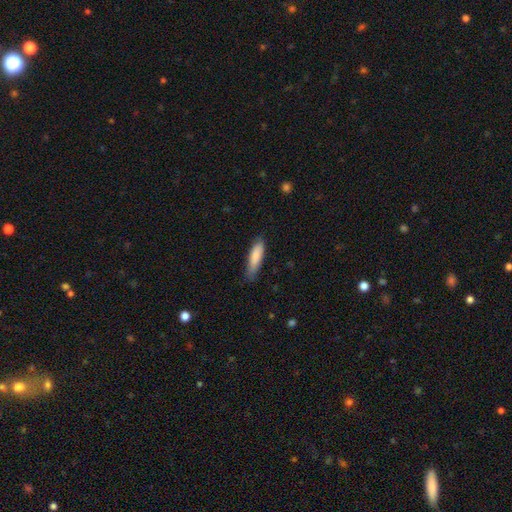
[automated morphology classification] smooth-or-featured: smooth: 84% | featured or disk: 10% | star or artifact: 6%
  how-rounded: cigar-shaped: 64% | in between: 35% | round: 1%
  merging: none: 72% | minor disturbance: 23% | major disturbance: 4% | merger: 1%